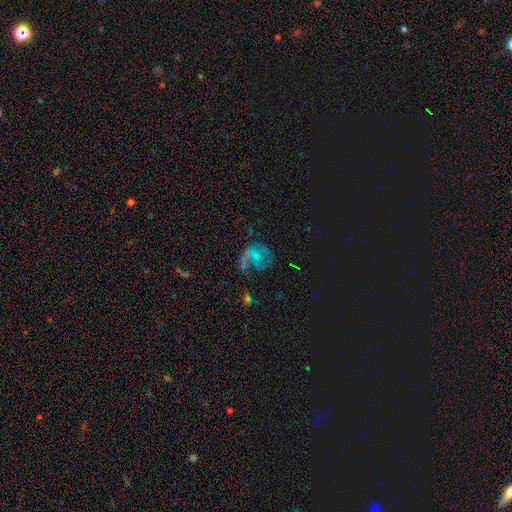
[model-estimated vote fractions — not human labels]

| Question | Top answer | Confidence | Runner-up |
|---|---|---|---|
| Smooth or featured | featured or disk | 52% | smooth (33%) |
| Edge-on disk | no | 98% | yes (2%) |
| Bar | no | 71% | weak (23%) |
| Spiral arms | yes | 54% | no (46%) |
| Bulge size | none | 38% | small (35%) |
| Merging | none | 39% | major disturbance (30%) |